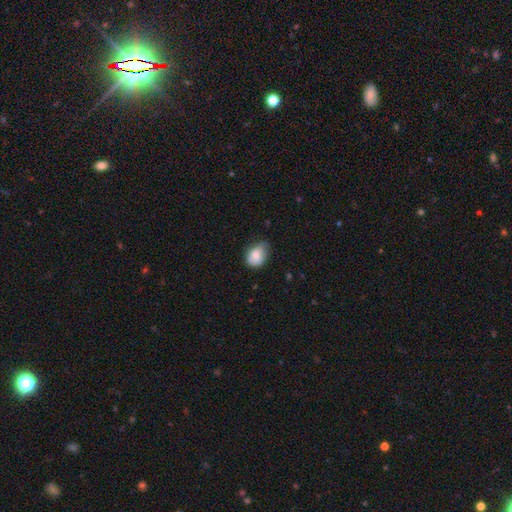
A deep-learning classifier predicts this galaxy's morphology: A smooth galaxy with no disk features (80%) that is in between round and cigar-shaped (72%).

Vote fractions:
- Smooth or featured? smooth: 80% / featured or disk: 12% / star or artifact: 8%
- How rounded? in between: 72% / round: 27% / cigar-shaped: 1%
- Merging? none: 48% / minor disturbance: 41% / major disturbance: 9% / merger: 2%